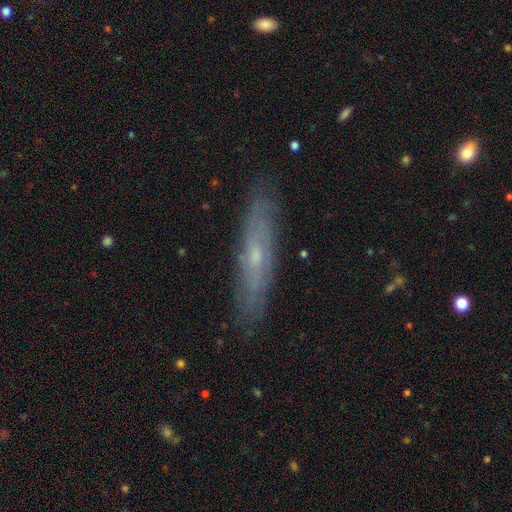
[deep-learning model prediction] Smooth or featured? Predicted: featured or disk (p=0.59). Edge-on disk? Predicted: yes (p=0.60). Merging? Predicted: none (p=0.86).